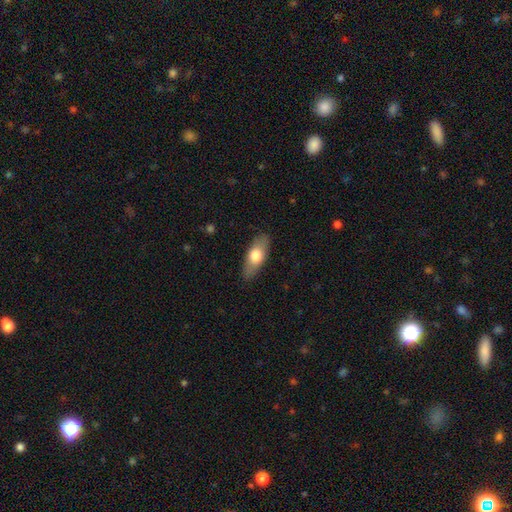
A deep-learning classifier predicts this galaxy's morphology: Smooth or featured? Predicted: smooth (p=0.68). How rounded? Predicted: in between (p=0.74). Merging? Predicted: none (p=0.86).